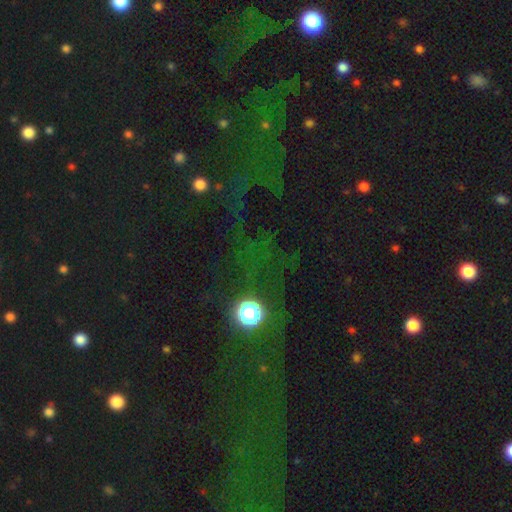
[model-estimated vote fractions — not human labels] smooth_or_featured: star or artifact (p=0.67) [alt: smooth p=0.22]